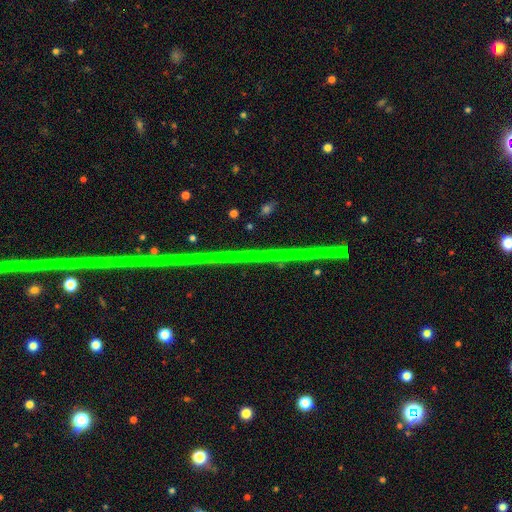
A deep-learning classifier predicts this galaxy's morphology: Smooth or featured? Predicted: star or artifact (p=0.78).